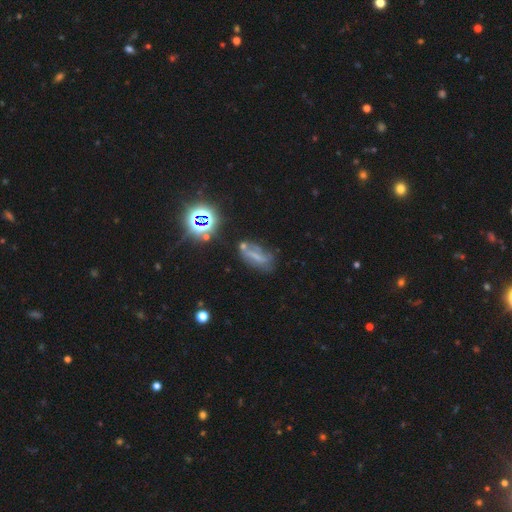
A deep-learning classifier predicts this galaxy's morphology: A featured or disk galaxy (36%, tied with smooth).

Vote fractions:
- Smooth or featured? featured or disk: 36% (tied) / smooth: 36% (tied) / star or artifact: 27%
- Merging? none: 49% / minor disturbance: 26% / major disturbance: 17% / merger: 9%